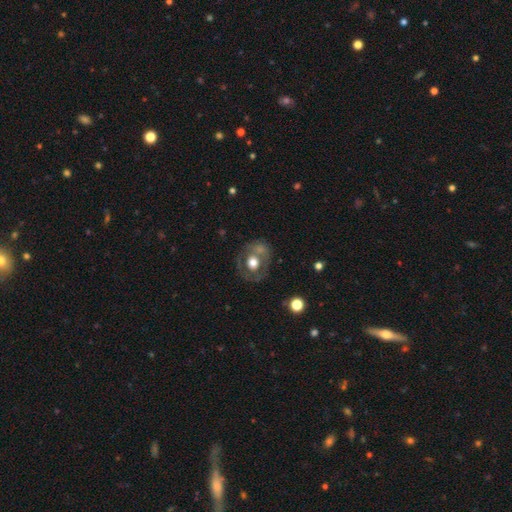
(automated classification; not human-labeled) Morphology: type=featured or disk (54%); edge-on=no (95%); bar=no (83%); spiral arms=no (75%); bulge=moderate (59%); merging=none (62%).